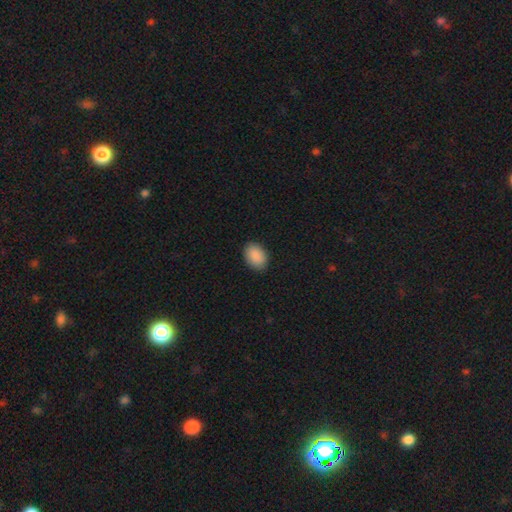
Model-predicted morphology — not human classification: smooth-or-featured: smooth: 90% | star or artifact: 7% | featured or disk: 3%
  how-rounded: in between: 84% | round: 15% | cigar-shaped: 1%
  merging: none: 89% | minor disturbance: 9% | major disturbance: 2% | merger: 1%